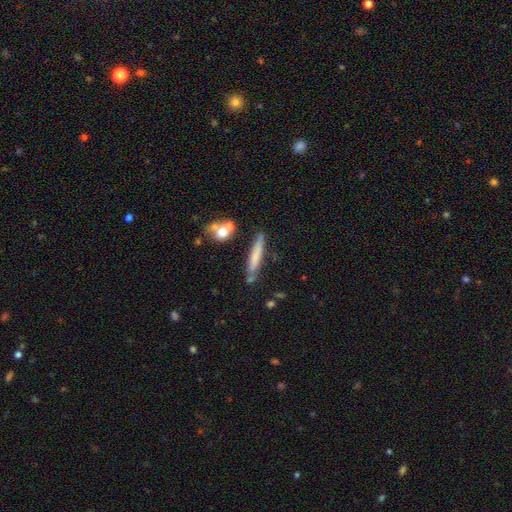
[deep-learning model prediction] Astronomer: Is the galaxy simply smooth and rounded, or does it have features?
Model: smooth — 65%.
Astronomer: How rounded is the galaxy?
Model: cigar-shaped — 91%.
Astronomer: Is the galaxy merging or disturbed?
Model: none — 74%.